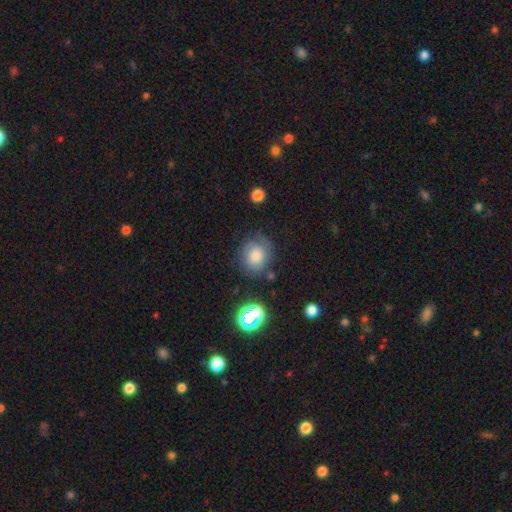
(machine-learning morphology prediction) Smooth or featured: smooth — 65% (featured or disk — 20%)
How rounded: round — 76% (in between — 23%)
Merging: none — 69% (minor disturbance — 20%)